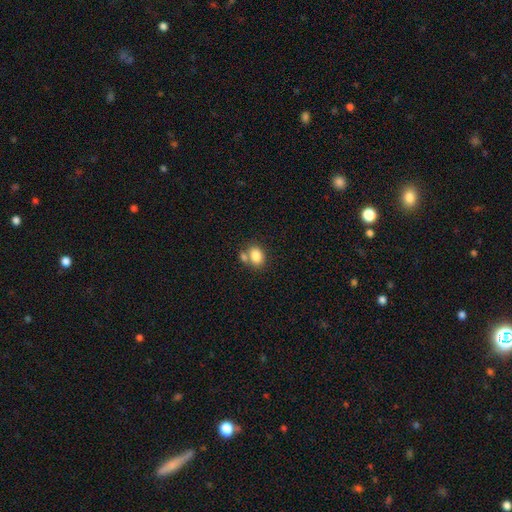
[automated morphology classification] A smooth galaxy with no disk features (83%) that is in between round and cigar-shaped (70%). Merging: none (52%).